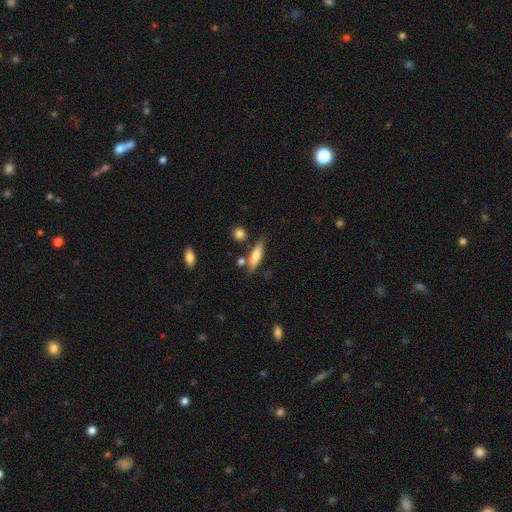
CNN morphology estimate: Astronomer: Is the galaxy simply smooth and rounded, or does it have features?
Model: smooth — 68%.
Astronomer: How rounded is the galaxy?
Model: cigar-shaped — 63%.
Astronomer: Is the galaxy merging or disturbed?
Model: none — 69%.